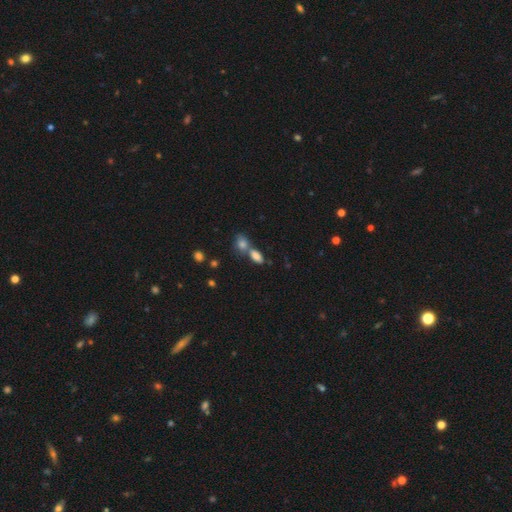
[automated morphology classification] This appears to be a smooth galaxy with no disk features (82%) that is in between round and cigar-shaped (87%). Merging: merger (48%).